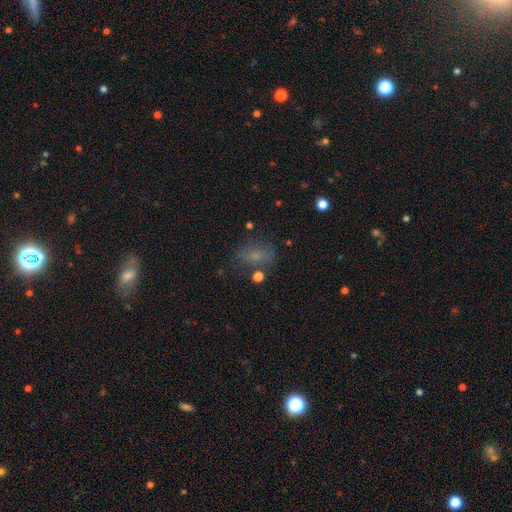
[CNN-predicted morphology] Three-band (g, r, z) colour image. It shows a smooth galaxy with no disk features (63%) that is in between round and cigar-shaped (72%). Merging: none (65%).